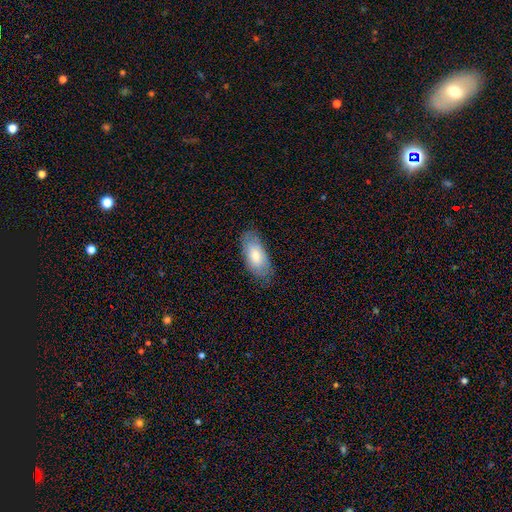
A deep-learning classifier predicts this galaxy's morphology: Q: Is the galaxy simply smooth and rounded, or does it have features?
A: smooth — 73%.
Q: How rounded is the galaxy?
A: in between — 89%.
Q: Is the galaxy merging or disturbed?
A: none — 77%.